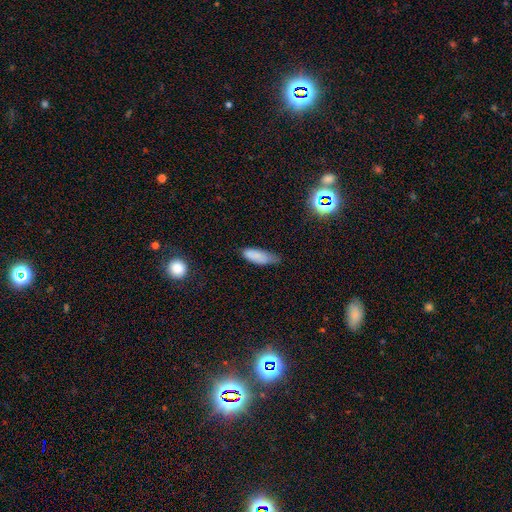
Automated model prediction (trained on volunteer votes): Morphology: type=smooth (82%); roundness=in between (70%); merging=minor disturbance (47%).